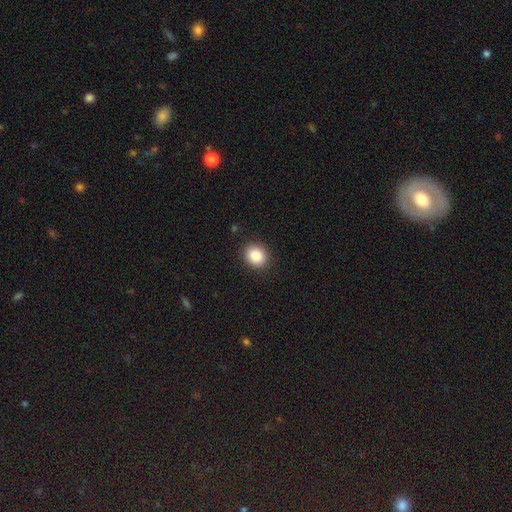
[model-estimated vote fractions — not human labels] Overall: smooth (87%). How rounded: round (68%; in between 31%). Merging: none (90%).